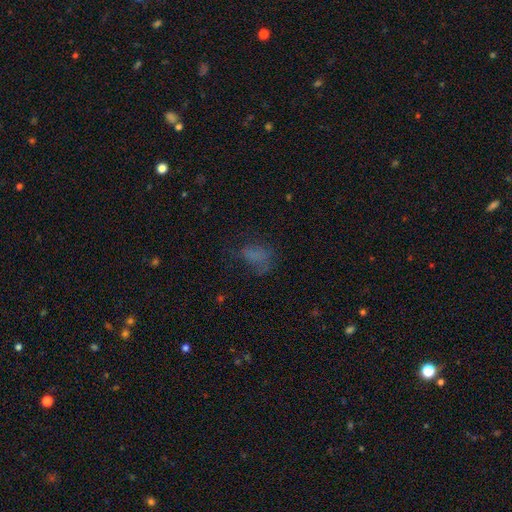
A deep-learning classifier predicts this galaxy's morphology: Smooth or featured? Predicted: smooth (p=0.54). How rounded? Predicted: in between (p=0.77). Merging? Predicted: none (p=0.41).